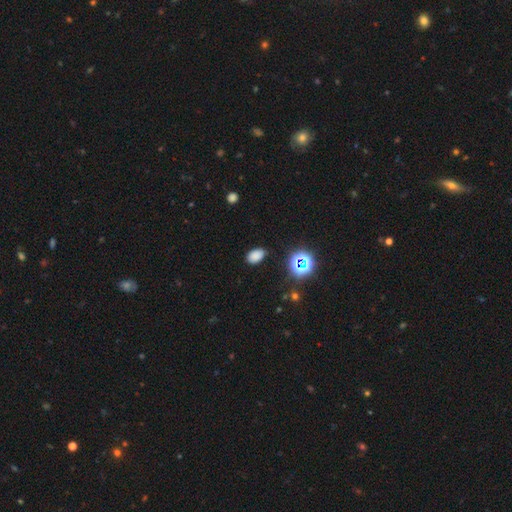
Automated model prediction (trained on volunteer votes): Smooth or featured?
  - smooth: 76% *
  - star or artifact: 18%
  - featured or disk: 5%
How rounded?
  - in between: 87% *
  - round: 12%
  - cigar-shaped: 1%
Merging?
  - none: 82% *
  - minor disturbance: 13%
  - major disturbance: 3%
  - merger: 2%